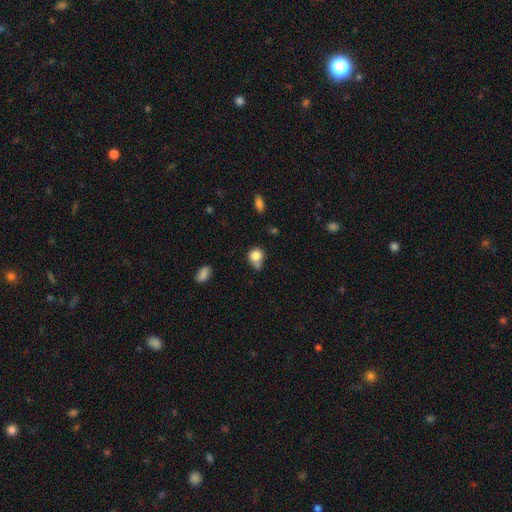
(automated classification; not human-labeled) Smooth or featured?
  - smooth: 81% *
  - star or artifact: 10%
  - featured or disk: 9%
How rounded?
  - round: 72% *
  - in between: 27%
  - cigar-shaped: 1%
Merging?
  - none: 43% *
  - minor disturbance: 33%
  - merger: 13%
  - major disturbance: 12%